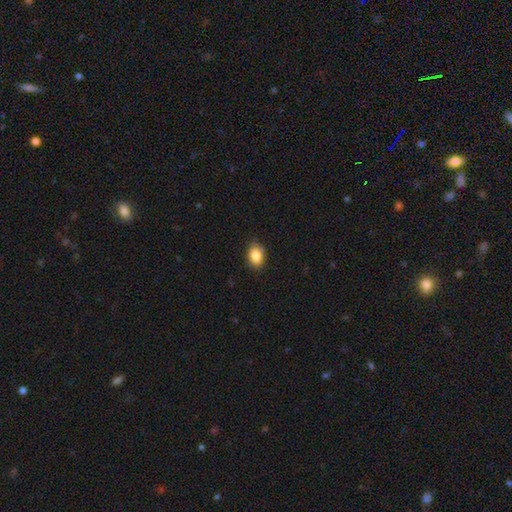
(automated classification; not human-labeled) Smooth or featured? smooth (86%)
How rounded? in between (81%)
Merging? none (85%)